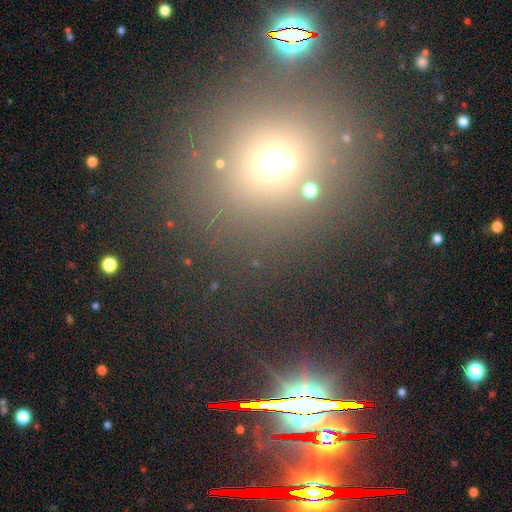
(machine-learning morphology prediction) Smooth or featured? Predicted: star or artifact (p=0.48).